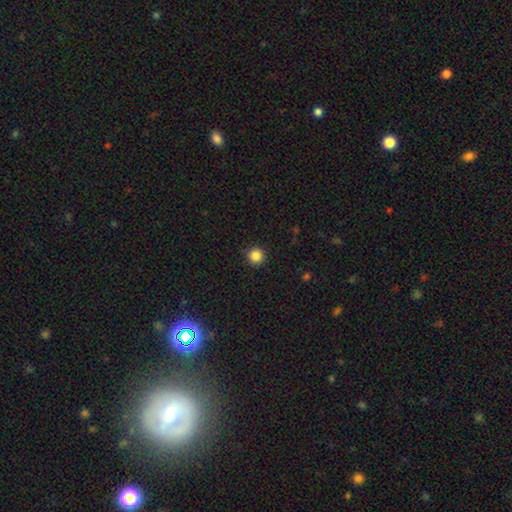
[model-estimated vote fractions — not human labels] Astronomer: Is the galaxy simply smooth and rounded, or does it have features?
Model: smooth — 85%.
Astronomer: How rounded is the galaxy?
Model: round — 96%.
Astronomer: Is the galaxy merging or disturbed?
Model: none — 92%.